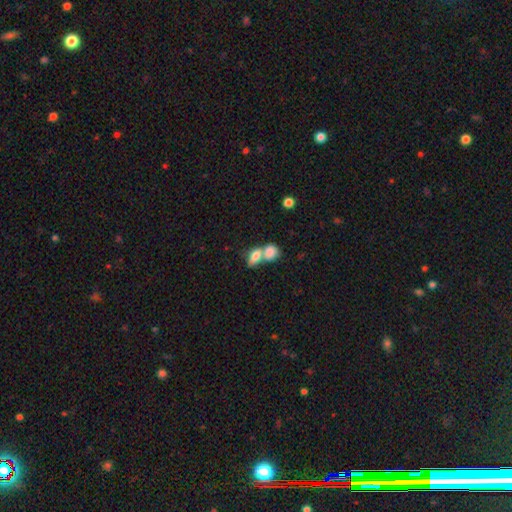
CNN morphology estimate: smooth-or-featured: smooth: 78% | featured or disk: 14% | star or artifact: 7%
  how-rounded: in between: 77% | round: 18% | cigar-shaped: 5%
  merging: merger: 70% | none: 20% | minor disturbance: 6% | major disturbance: 4%